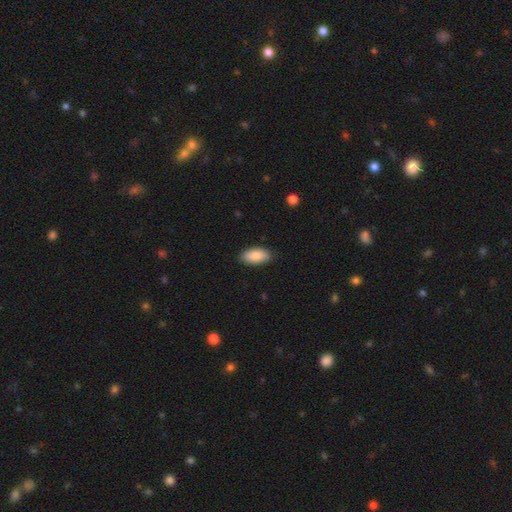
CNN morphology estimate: Smooth or featured: smooth — 85% (featured or disk — 9%)
How rounded: in between — 92% (cigar-shaped — 5%)
Merging: none — 85% (minor disturbance — 12%)